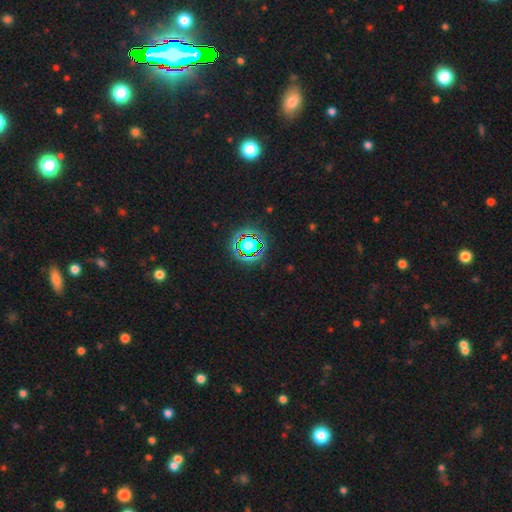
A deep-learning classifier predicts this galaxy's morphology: smooth-or-featured: star or artifact: 79% | smooth: 13% | featured or disk: 8%